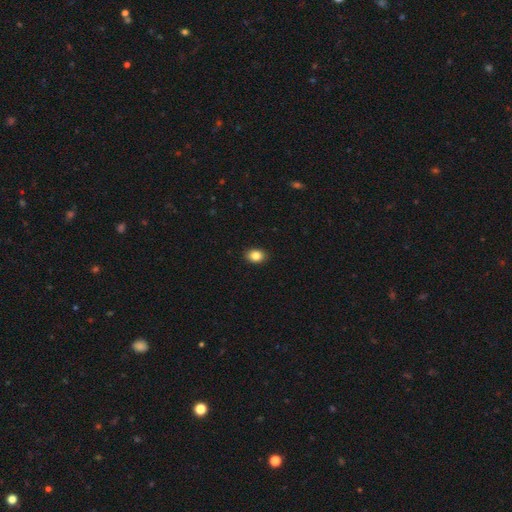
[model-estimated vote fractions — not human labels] Morphology: type=smooth (85%); roundness=in between (72%); merging=none (90%).